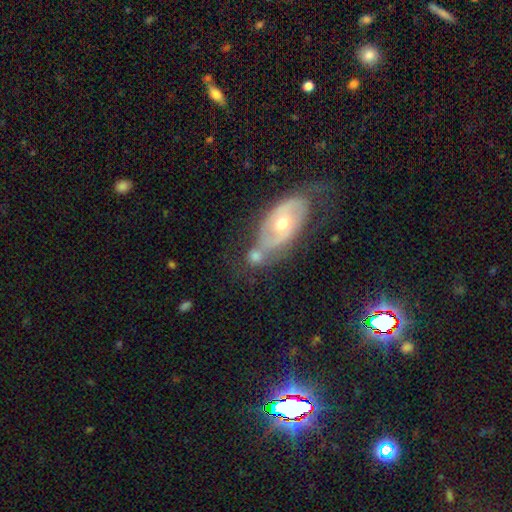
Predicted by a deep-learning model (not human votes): Smooth or featured: smooth — 56% (featured or disk — 33%)
How rounded: round — 55% (in between — 40%)
Merging: none — 46% (merger — 33%)